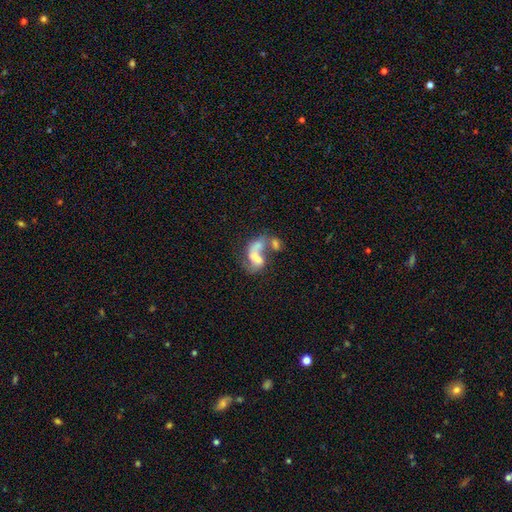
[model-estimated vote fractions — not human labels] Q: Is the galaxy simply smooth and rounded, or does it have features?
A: featured or disk — 51%.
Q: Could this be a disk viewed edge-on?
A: no — 97%.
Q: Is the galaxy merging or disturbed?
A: merger — 61%.